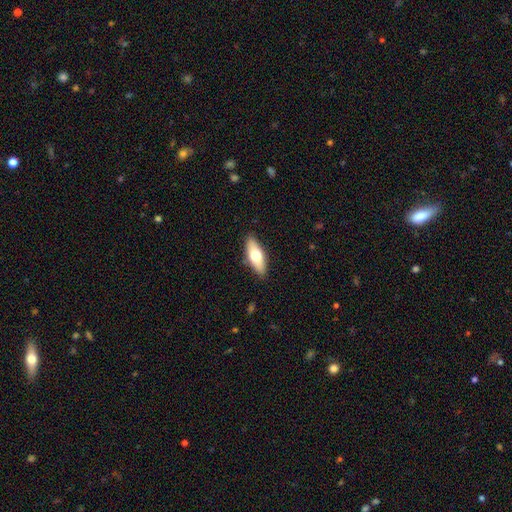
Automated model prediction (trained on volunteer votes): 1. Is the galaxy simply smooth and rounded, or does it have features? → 63% smooth, 31% featured or disk, 6% star or artifact.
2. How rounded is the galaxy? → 69% in between, 29% cigar-shaped, 3% round.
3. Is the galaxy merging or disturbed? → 87% none, 10% minor disturbance, 2% major disturbance, 1% merger.